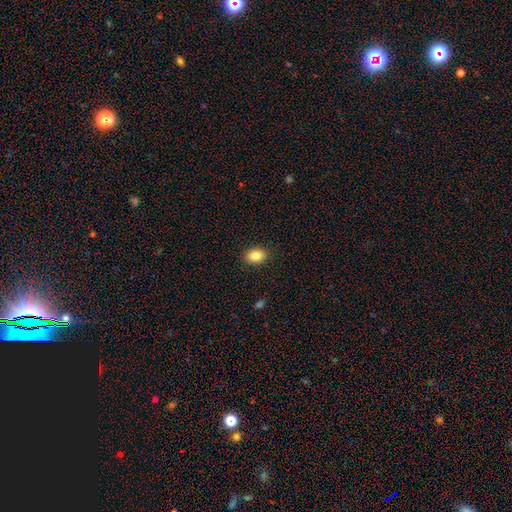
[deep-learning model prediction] Overall: smooth (86%). How rounded: in between (77%). Merging: none (89%).